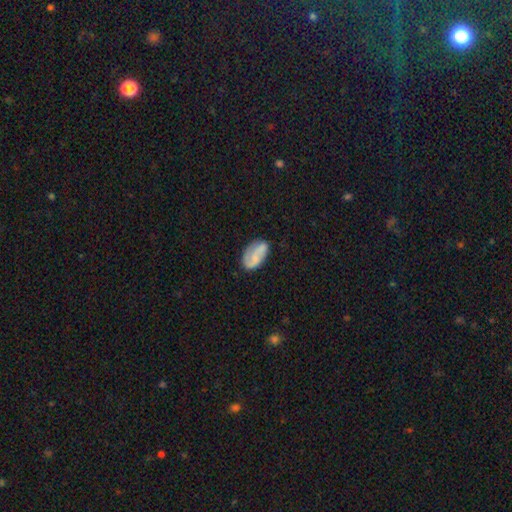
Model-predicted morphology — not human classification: smooth_or_featured: smooth (p=0.51) [alt: featured or disk p=0.41]
how_rounded: in between (p=0.91) [alt: round p=0.05]
merging: none (p=0.61) [alt: minor disturbance p=0.26]